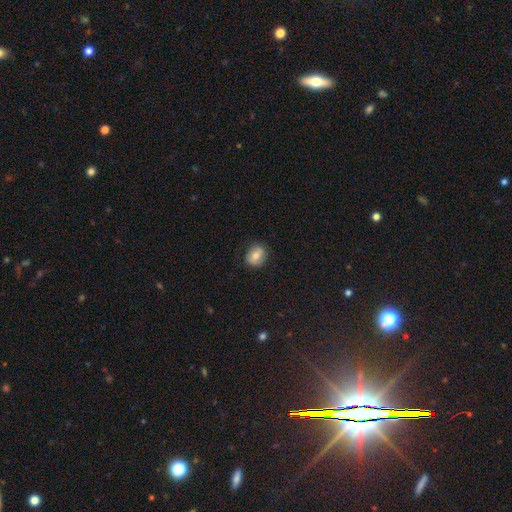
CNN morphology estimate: A smooth galaxy with no disk features (70%) that is round (59%).

Vote fractions:
- Smooth or featured? smooth: 70% / featured or disk: 21% / star or artifact: 9%
- How rounded? round: 59% / in between: 40% / cigar-shaped: 1%
- Merging? none: 84% / minor disturbance: 13% / major disturbance: 3% / merger: 1%